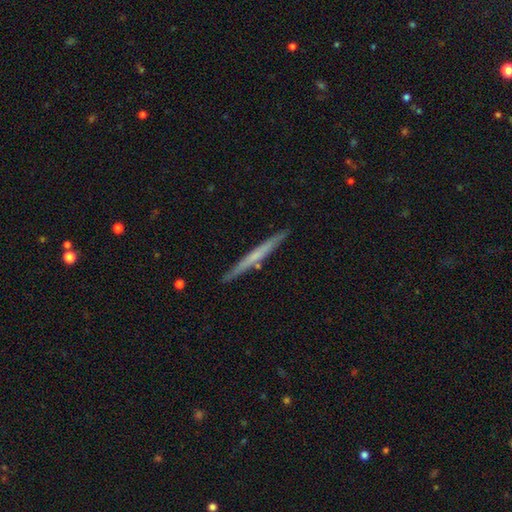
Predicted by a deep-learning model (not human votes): featured or disk 53%, smooth 42%, star or artifact 5%. Down the decision tree: edge-on disk — yes (97%); edge-on bulge — none (80%); merging — none (90%).